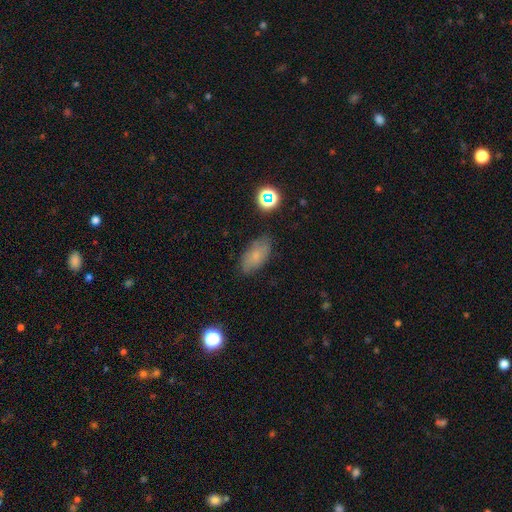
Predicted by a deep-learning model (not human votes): Smooth or featured: smooth — 72% (featured or disk — 16%)
How rounded: in between — 89% (round — 6%)
Merging: none — 78% (minor disturbance — 16%)